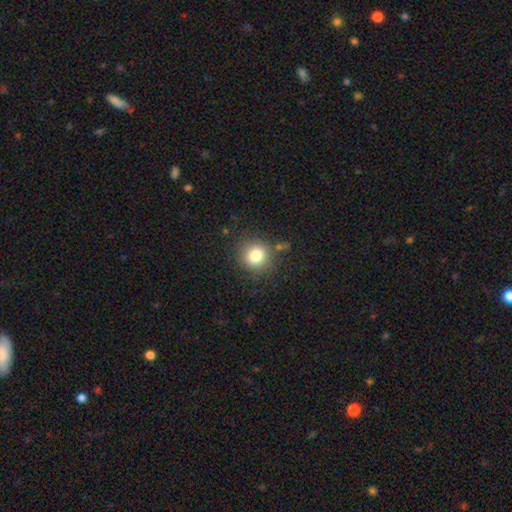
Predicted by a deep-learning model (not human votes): A smooth galaxy with no disk features (81%) that is round (85%). Merging: none (83%).